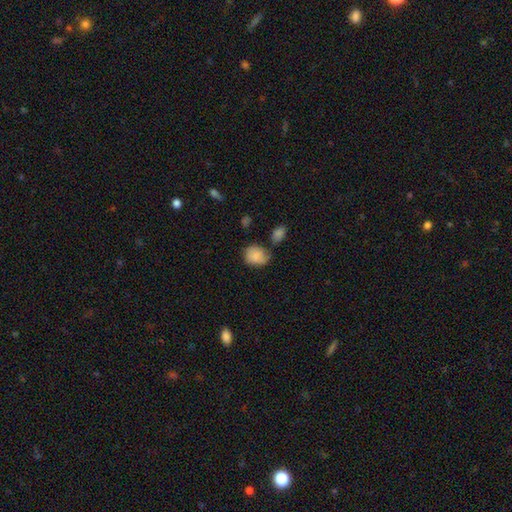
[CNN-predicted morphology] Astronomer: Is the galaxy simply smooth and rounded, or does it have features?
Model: smooth — 82%.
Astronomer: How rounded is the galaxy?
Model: round — 50% (runner-up: in between, 49%).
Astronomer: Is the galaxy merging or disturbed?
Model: none — 49% (runner-up: minor disturbance, 31%).